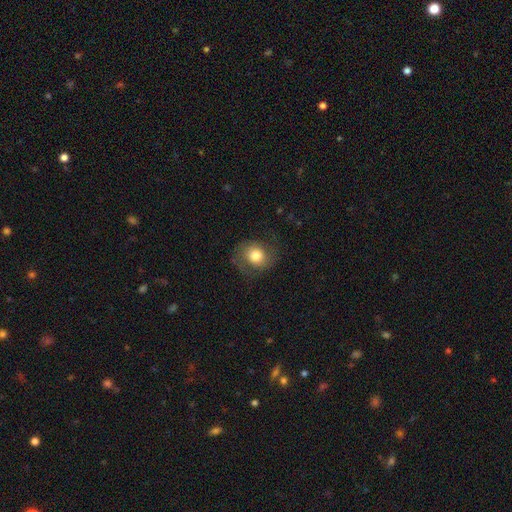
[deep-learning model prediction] Smooth or featured: smooth — 57% (featured or disk — 34%)
How rounded: round — 74% (in between — 25%)
Merging: none — 68% (minor disturbance — 19%)